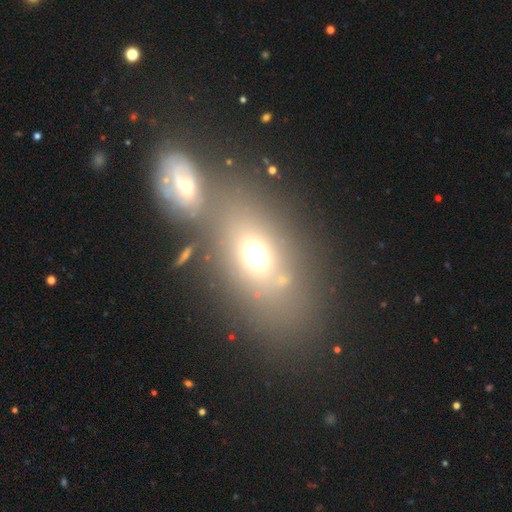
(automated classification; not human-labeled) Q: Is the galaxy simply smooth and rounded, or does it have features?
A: smooth — 62%.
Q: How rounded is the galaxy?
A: in between — 67%.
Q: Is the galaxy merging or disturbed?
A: none — 56%.